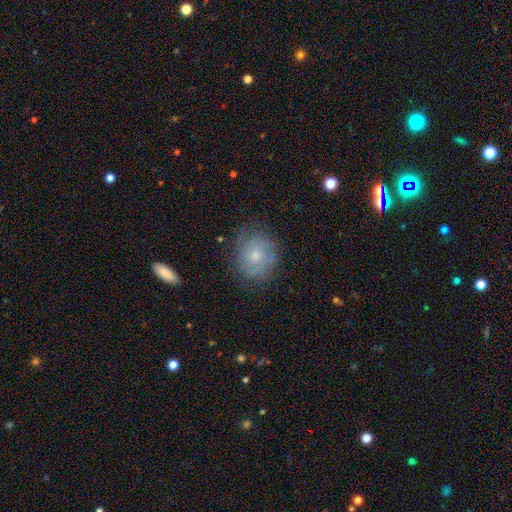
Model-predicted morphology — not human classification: The model was most divided on "smooth or featured": smooth: 49%, featured or disk: 43%, star or artifact: 9%. More confident: merging — none (68%).